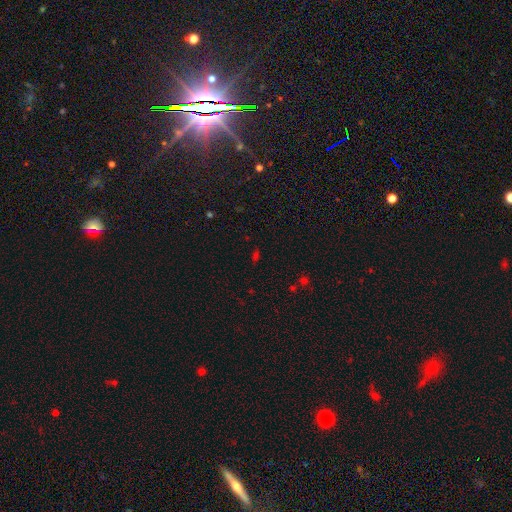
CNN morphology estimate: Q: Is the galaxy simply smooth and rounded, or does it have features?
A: star or artifact — 47%.